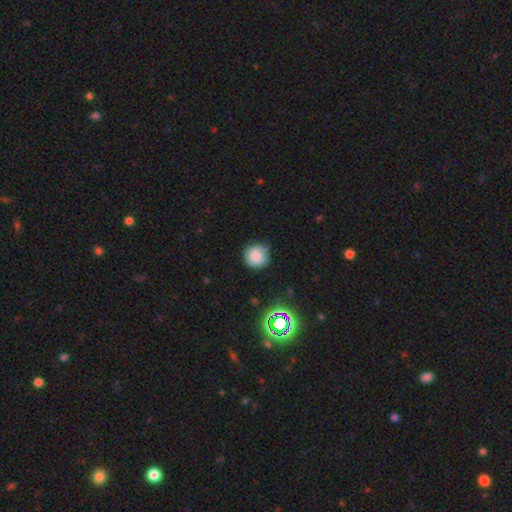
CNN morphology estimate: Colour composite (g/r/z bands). It shows a smooth galaxy with no disk features (79%) that is round (92%). Merging: none (80%).